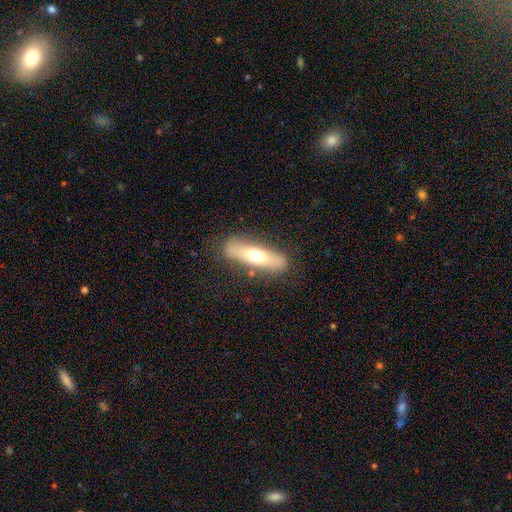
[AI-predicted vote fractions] Smooth or featured? Predicted: smooth (p=0.58). How rounded? Predicted: cigar-shaped (p=0.68). Merging? Predicted: none (p=0.80).